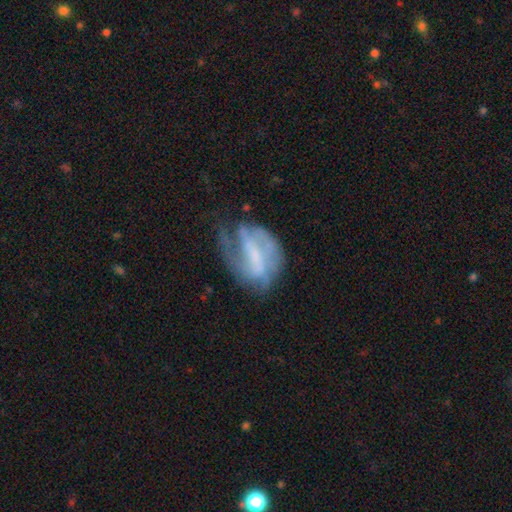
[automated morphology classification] Smooth or featured? featured or disk (70%)
Edge-on disk? no (96%)
Bar? weak (41%)
Spiral arms? yes (74%)
Bulge size? none (37%)
Merging? none (39%)